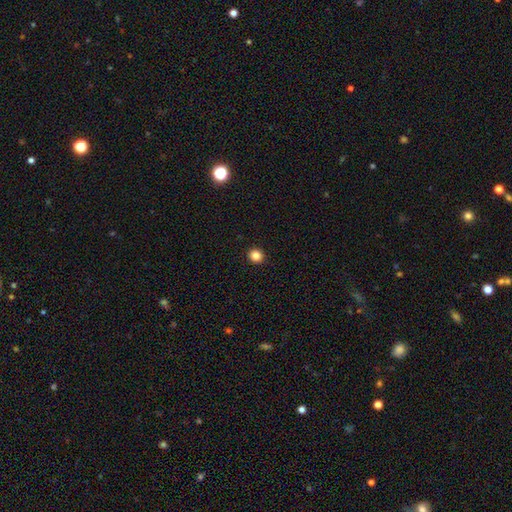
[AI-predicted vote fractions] Smooth or featured: smooth — 84% (star or artifact — 12%)
How rounded: round — 89% (in between — 10%)
Merging: none — 93% (minor disturbance — 5%)